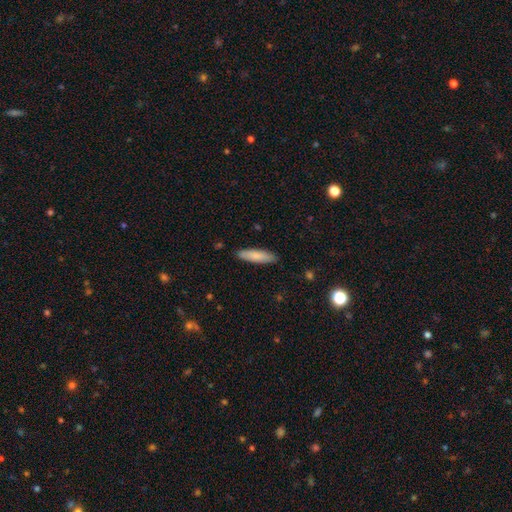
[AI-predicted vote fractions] Overall: smooth (83%). How rounded: cigar-shaped (64%; in between 34%). Merging: none (88%).